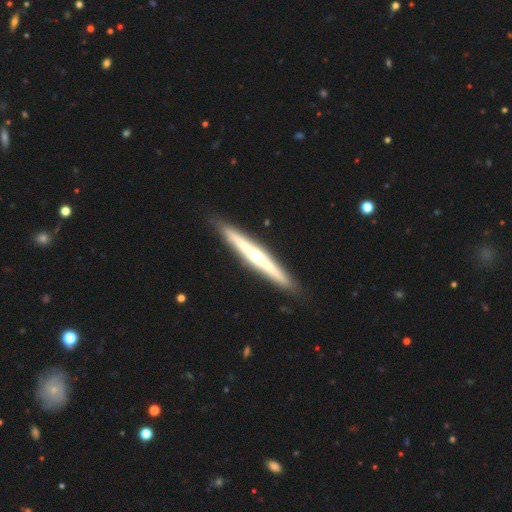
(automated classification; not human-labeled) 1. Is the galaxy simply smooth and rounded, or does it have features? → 73% featured or disk, 22% smooth, 5% star or artifact.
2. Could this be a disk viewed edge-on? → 94% yes, 6% no.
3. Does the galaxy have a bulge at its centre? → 75% rounded, 21% none, 4% boxy.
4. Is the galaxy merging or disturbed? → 89% none, 8% minor disturbance, 2% major disturbance, 1% merger.